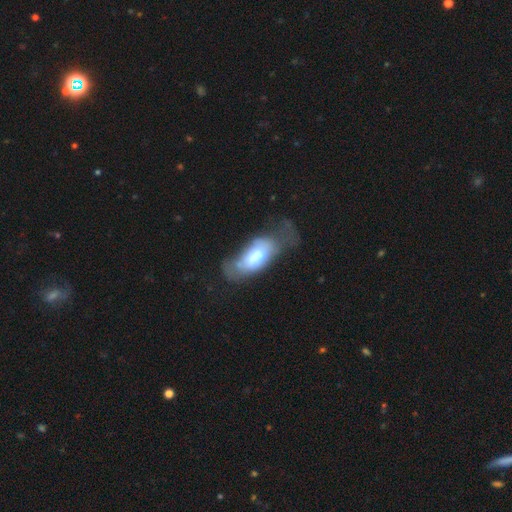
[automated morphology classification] Smooth or featured: smooth — 59% (featured or disk — 34%)
How rounded: in between — 88% (cigar-shaped — 10%)
Merging: major disturbance — 44% (minor disturbance — 25%)